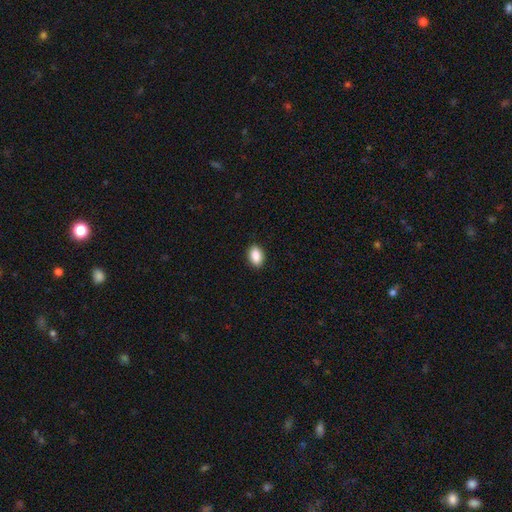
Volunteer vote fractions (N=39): Morphology: type=smooth (92%); roundness=in between (89%); merging=none (92%).